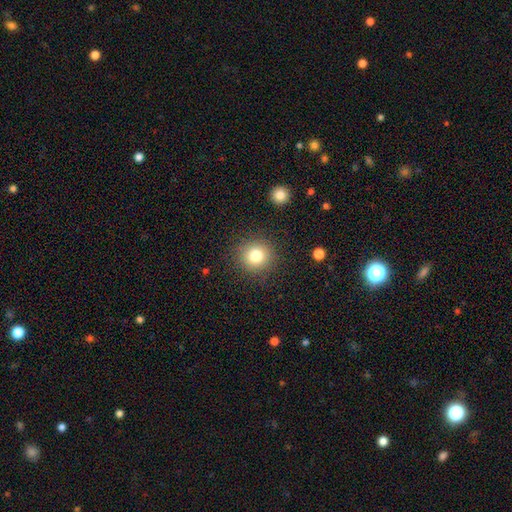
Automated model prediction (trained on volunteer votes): Smooth or featured: smooth — 79% (star or artifact — 12%)
How rounded: round — 92% (in between — 7%)
Merging: none — 87% (minor disturbance — 8%)